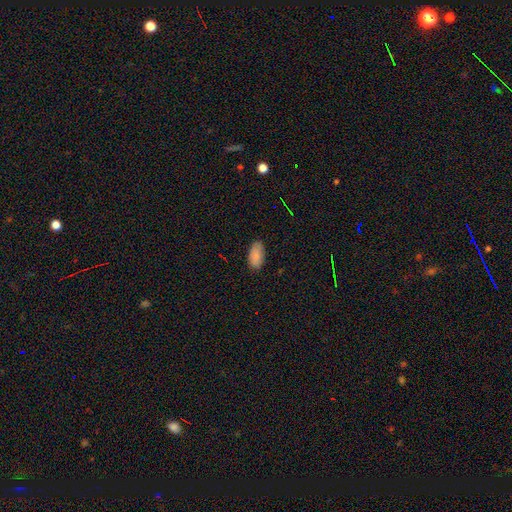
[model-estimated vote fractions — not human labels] Morphology: type=smooth (88%); roundness=in between (94%); merging=none (83%).